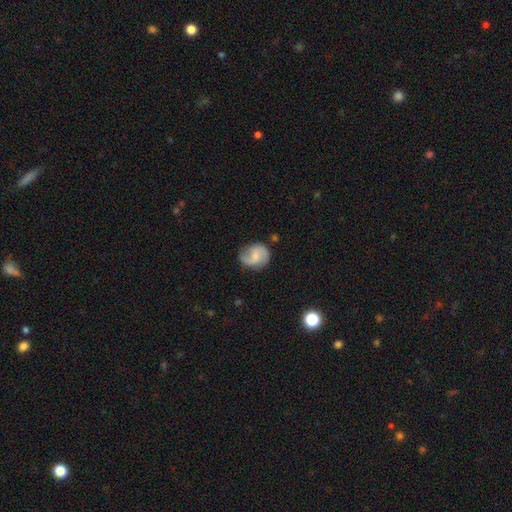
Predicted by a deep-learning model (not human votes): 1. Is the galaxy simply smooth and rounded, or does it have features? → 64% featured or disk, 30% smooth, 7% star or artifact.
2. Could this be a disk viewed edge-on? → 98% no, 2% yes.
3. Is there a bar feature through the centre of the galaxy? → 47% weak, 44% no, 9% strong.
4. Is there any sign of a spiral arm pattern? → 92% yes, 8% no.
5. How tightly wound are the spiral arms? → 43% medium, 40% loose, 16% tight.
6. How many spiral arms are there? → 85% 2, 6% can't tell, 5% 1, 1% 3, 1% 4, 1% more than 4.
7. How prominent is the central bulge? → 49% small, 31% moderate, 17% none, 2% large, 1% dominant.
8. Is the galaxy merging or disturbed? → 73% none, 19% minor disturbance, 6% major disturbance, 2% merger.